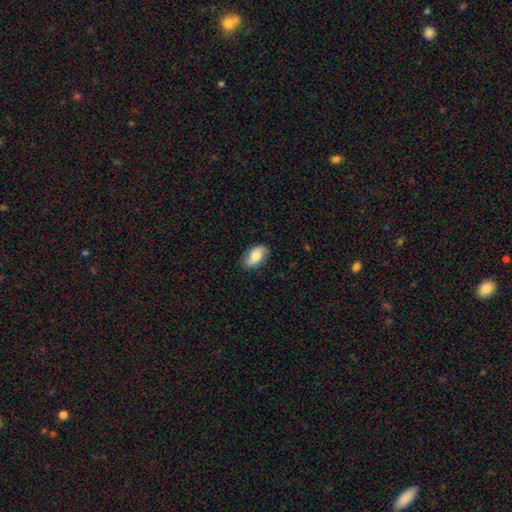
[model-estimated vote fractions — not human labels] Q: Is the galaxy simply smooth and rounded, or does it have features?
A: smooth — 59%.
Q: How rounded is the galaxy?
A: in between — 90%.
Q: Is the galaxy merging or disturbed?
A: none — 81%.